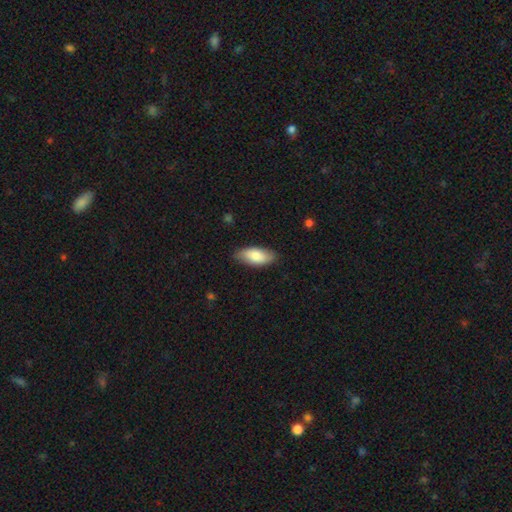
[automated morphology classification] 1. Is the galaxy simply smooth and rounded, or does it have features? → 80% smooth, 14% featured or disk, 6% star or artifact.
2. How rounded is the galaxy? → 87% in between, 10% cigar-shaped, 2% round.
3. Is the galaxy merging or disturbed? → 84% none, 13% minor disturbance, 2% major disturbance, 1% merger.